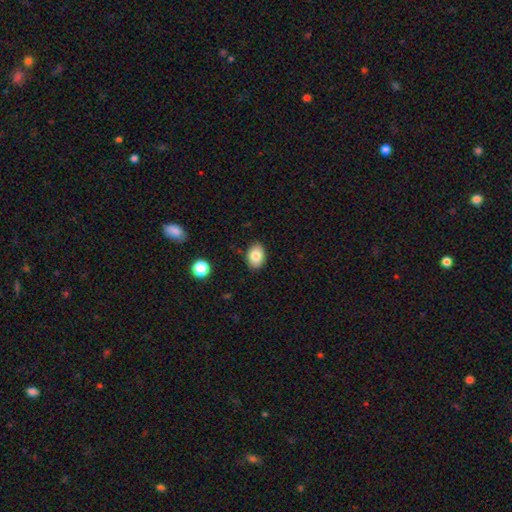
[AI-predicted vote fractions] Q: Smooth or featured?
A: smooth (83%); runner-up: star or artifact (9%)
Q: How rounded?
A: in between (77%); runner-up: round (22%)
Q: Merging?
A: none (86%); runner-up: minor disturbance (11%)